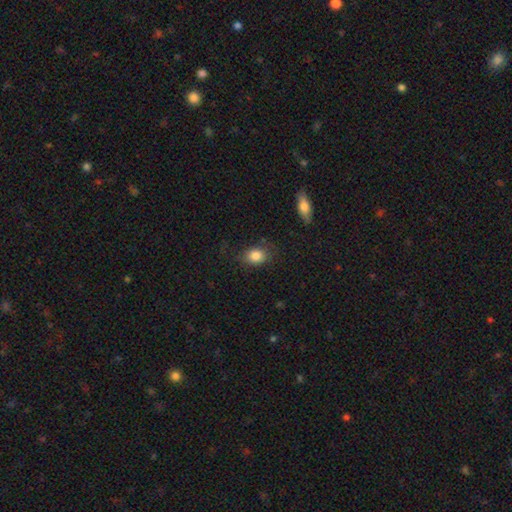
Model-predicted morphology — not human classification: Smooth or featured?
  - smooth: 84% *
  - star or artifact: 9%
  - featured or disk: 8%
How rounded?
  - in between: 61% *
  - round: 37%
  - cigar-shaped: 2%
Merging?
  - none: 74% *
  - minor disturbance: 18%
  - major disturbance: 7%
  - merger: 2%